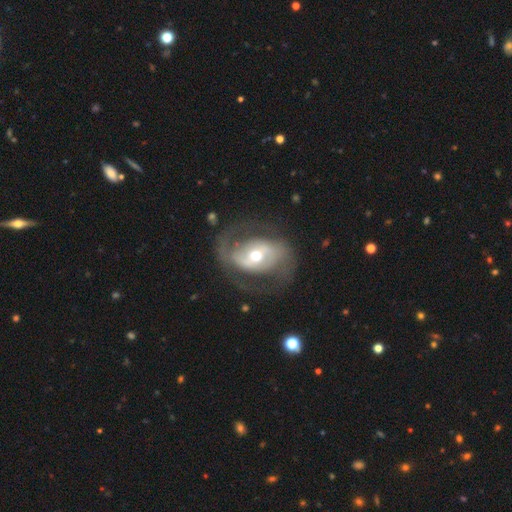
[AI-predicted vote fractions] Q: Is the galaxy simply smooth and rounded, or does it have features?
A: featured or disk — 81%.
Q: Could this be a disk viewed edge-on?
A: no — 96%.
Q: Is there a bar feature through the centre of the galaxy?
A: weak — 35%.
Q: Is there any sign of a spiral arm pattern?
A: yes — 84%.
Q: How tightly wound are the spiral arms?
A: medium — 48%.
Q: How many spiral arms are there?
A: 2 — 86%.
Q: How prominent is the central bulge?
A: moderate — 61%.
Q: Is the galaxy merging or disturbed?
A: none — 70%.